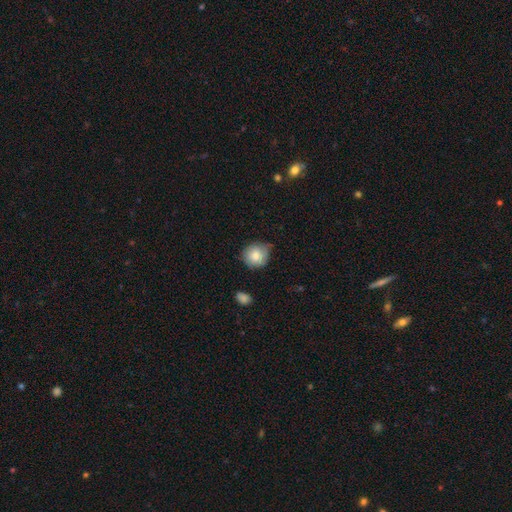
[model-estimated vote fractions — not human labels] Smooth or featured? Predicted: smooth (p=0.81). How rounded? Predicted: round (p=0.87). Merging? Predicted: none (p=0.62).